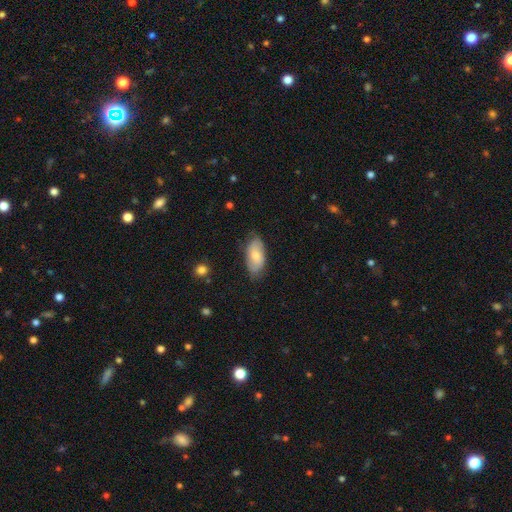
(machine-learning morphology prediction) type=smooth (68%); roundness=in between (92%); merging=none (76%).